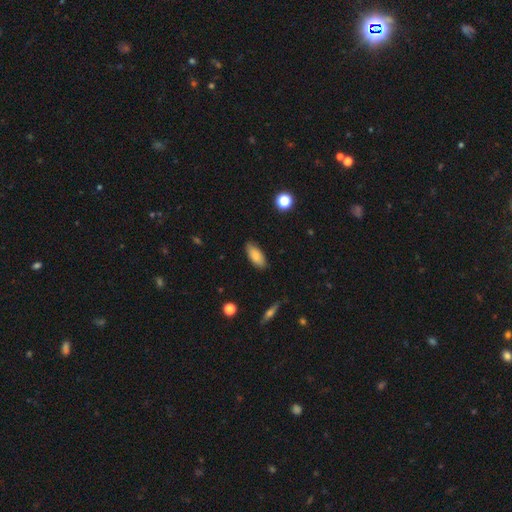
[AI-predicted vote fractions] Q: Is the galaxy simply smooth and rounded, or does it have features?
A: smooth — 83%.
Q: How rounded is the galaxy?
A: in between — 85%.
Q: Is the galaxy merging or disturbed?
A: none — 84%.